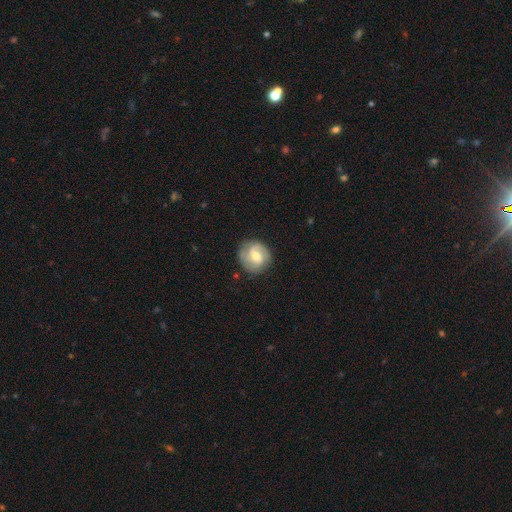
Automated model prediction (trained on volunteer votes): smooth-or-featured: featured or disk: 67% | smooth: 27% | star or artifact: 6%
  disk-edge-on: no: 98% | yes: 2%
    bar: weak: 55% | no: 30% | strong: 16%
    has-spiral-arms: yes: 91% | no: 9%
      spiral-winding: medium: 46% | tight: 34% | loose: 20%
      spiral-arm-count: 2: 74% | can't tell: 11% | 3: 8% | 1: 3% | 4: 2% | more than 4: 2%
    bulge-size: moderate: 59% | small: 33% | large: 5% | none: 2% | dominant: 1%
  merging: none: 80% | minor disturbance: 14% | major disturbance: 5% | merger: 1%